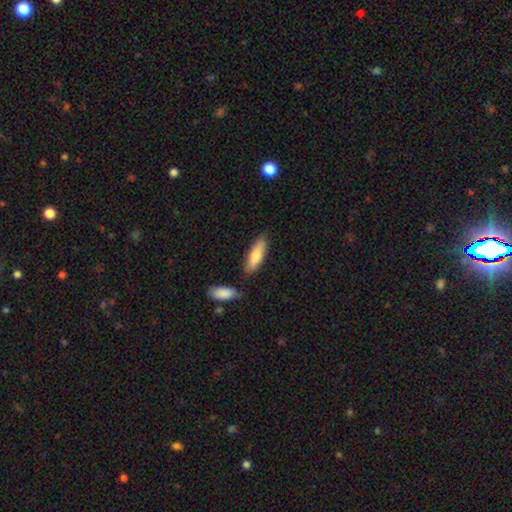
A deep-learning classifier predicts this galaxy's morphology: This is likely a smooth galaxy (78%). How rounded: possibly cigar-shaped (53%). Merging: likely none (79%).